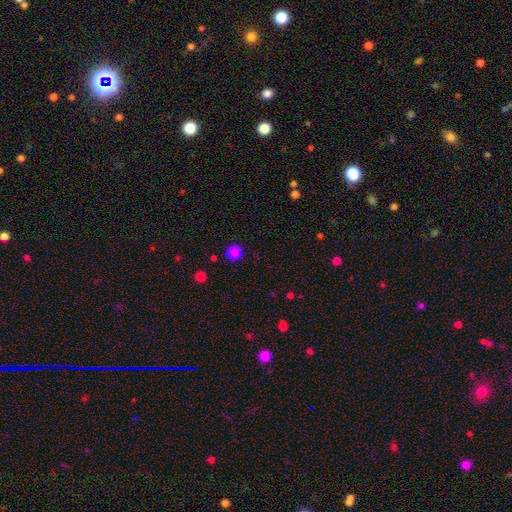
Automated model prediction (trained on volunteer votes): Smooth or featured?
  - smooth: 84% *
  - star or artifact: 13%
  - featured or disk: 3%
How rounded?
  - round: 93% *
  - in between: 6%
  - cigar-shaped: 1%
Merging?
  - none: 92% *
  - minor disturbance: 5%
  - major disturbance: 2%
  - merger: 1%